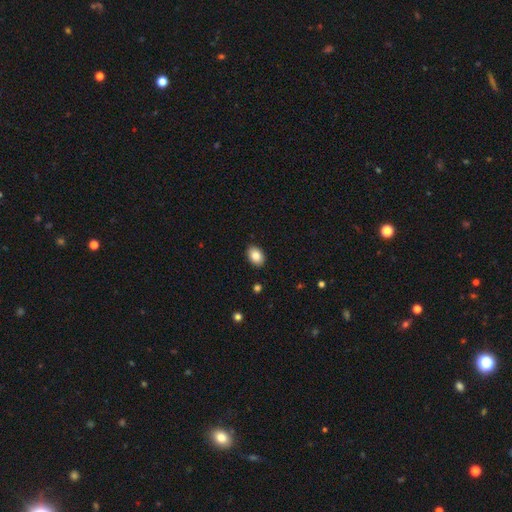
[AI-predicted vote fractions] A smooth galaxy with no disk features (84%) that is in between round and cigar-shaped (83%).

Vote fractions:
- Smooth or featured? smooth: 84% / featured or disk: 8% / star or artifact: 8%
- How rounded? in between: 83% / round: 16% / cigar-shaped: 1%
- Merging? none: 90% / minor disturbance: 7% / major disturbance: 2% / merger: 1%